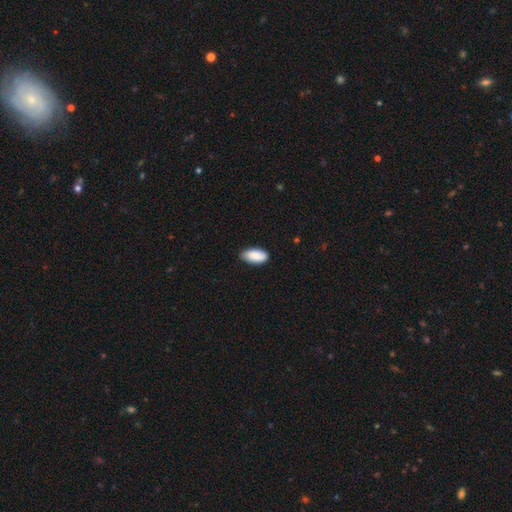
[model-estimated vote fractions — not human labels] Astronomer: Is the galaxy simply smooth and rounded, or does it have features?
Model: smooth — 88%.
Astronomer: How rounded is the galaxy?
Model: in between — 94%.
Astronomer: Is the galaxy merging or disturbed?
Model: none — 76%.